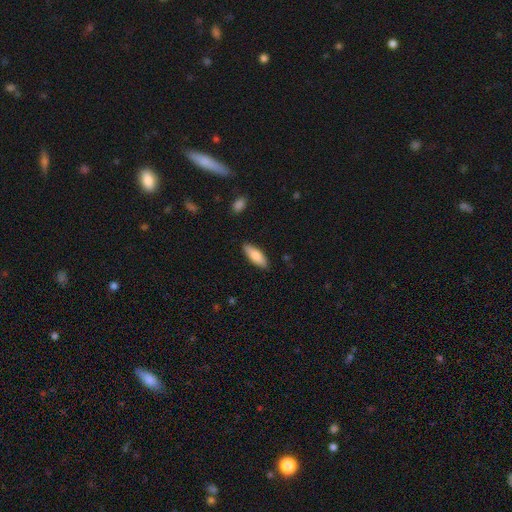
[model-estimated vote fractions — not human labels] Smooth or featured? Predicted: smooth (p=0.81). How rounded? Predicted: in between (p=0.64). Merging? Predicted: none (p=0.87).